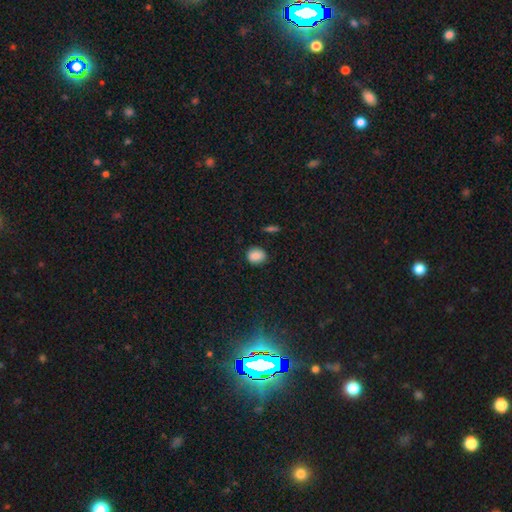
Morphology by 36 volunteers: smooth-or-featured: smooth: 94% | featured or disk: 3% | star or artifact: 3%
  how-rounded: round: 65% | in between: 35% | cigar-shaped: 0%
  merging: none: 86% | minor disturbance: 9% | major disturbance: 6% | merger: 0%